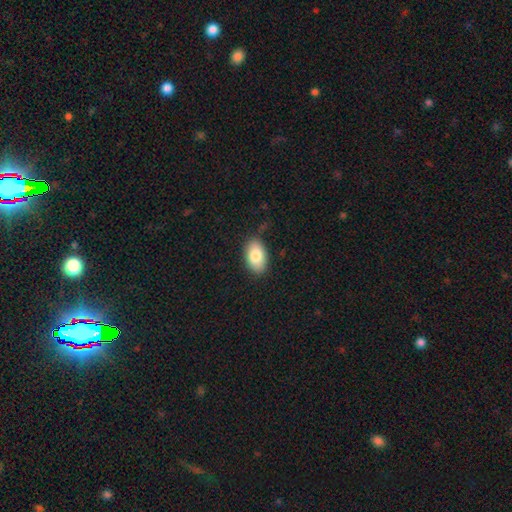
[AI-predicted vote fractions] Smooth or featured? Predicted: smooth (p=0.82). How rounded? Predicted: in between (p=0.92). Merging? Predicted: none (p=0.82).